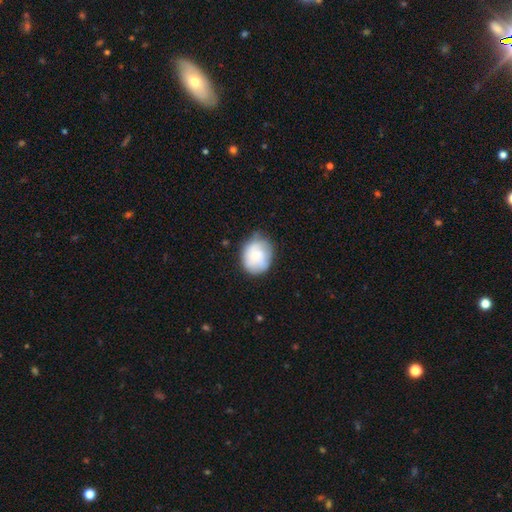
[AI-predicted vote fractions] smooth 68%, featured or disk 25%, star or artifact 7%. Down the decision tree: how rounded — round (61%); merging — none (61%).